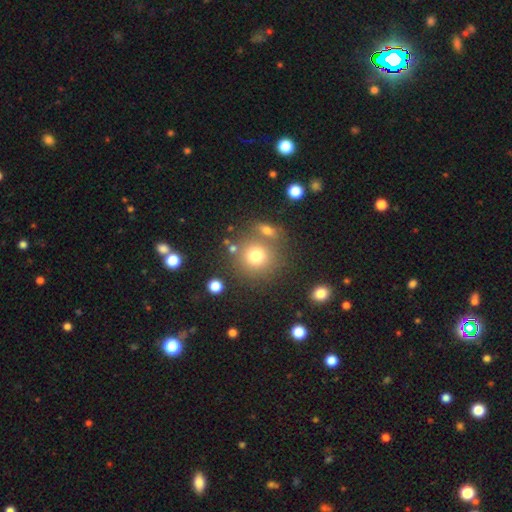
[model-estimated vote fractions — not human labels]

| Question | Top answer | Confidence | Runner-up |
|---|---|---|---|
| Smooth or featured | smooth | 75% | star or artifact (14%) |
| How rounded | round | 91% | in between (8%) |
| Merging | none | 69% | merger (18%) |